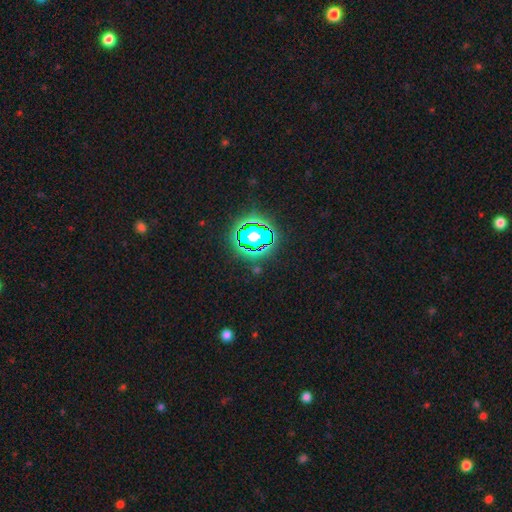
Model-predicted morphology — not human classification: smooth_or_featured: star or artifact (p=0.82) [alt: smooth p=0.12]